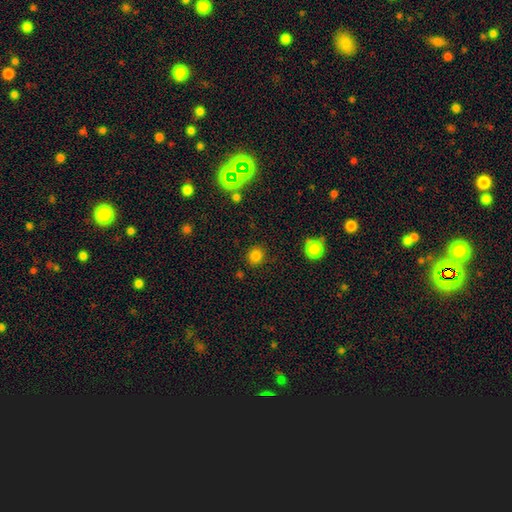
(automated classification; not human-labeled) A smooth galaxy with no disk features (81%) that is round (84%). Merging: none (87%).